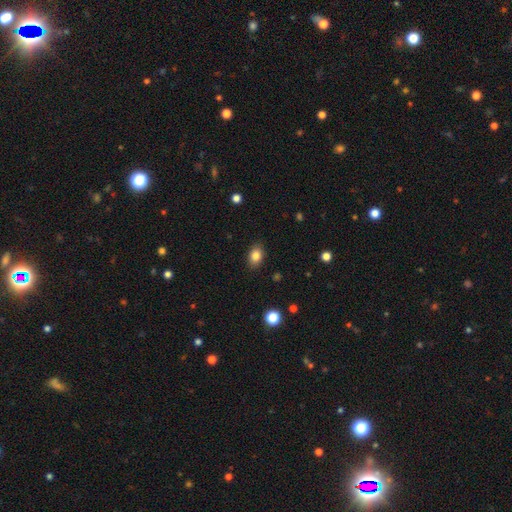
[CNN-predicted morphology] smooth 83%, star or artifact 10%, featured or disk 7%. Down the decision tree: how rounded — in between (77%); merging — none (87%).